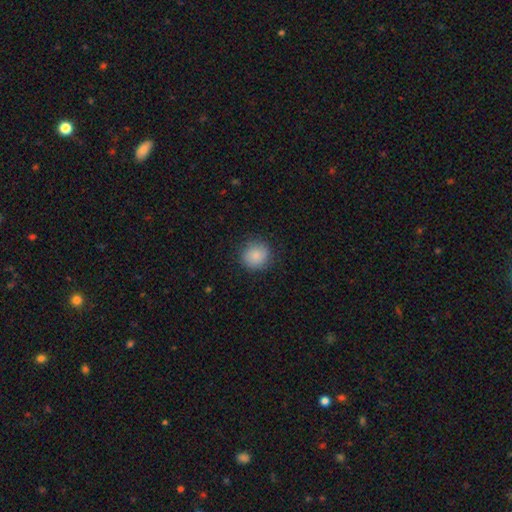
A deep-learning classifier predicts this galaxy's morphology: Q: Smooth or featured?
A: smooth (86%); runner-up: star or artifact (8%)
Q: How rounded?
A: round (90%); runner-up: in between (9%)
Q: Merging?
A: none (87%); runner-up: minor disturbance (10%)